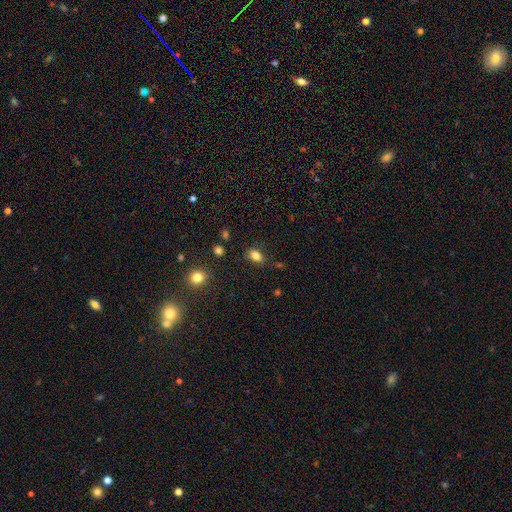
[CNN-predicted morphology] A smooth galaxy with no disk features (83%) that is in between round and cigar-shaped (80%).

Vote fractions:
- Smooth or featured? smooth: 83% / star or artifact: 11% / featured or disk: 6%
- How rounded? in between: 80% / round: 18% / cigar-shaped: 2%
- Merging? none: 81% / minor disturbance: 13% / major disturbance: 3% / merger: 2%